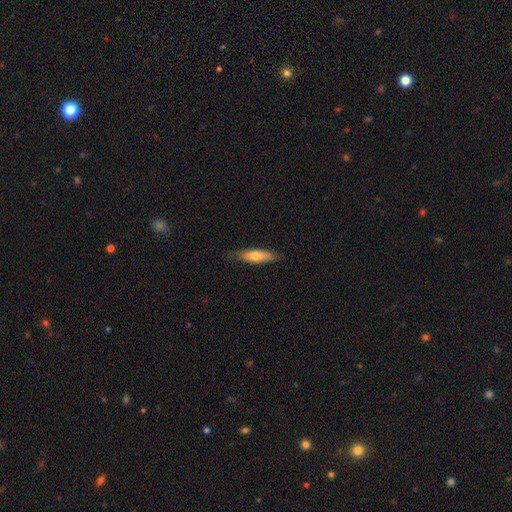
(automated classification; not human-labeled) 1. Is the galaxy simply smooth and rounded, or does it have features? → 66% smooth, 28% featured or disk, 6% star or artifact.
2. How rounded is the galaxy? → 61% cigar-shaped, 37% in between, 2% round.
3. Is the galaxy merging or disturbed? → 81% none, 15% minor disturbance, 2% major disturbance, 1% merger.